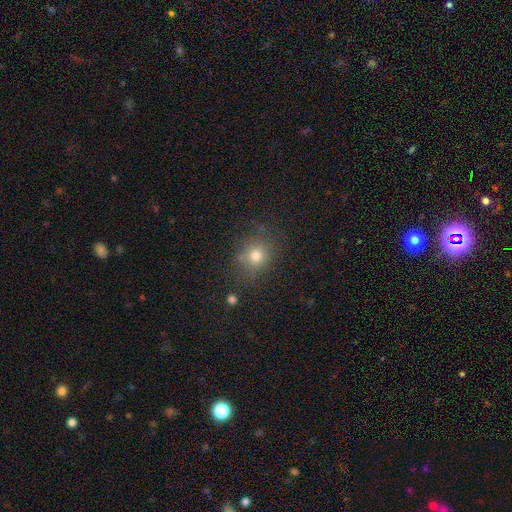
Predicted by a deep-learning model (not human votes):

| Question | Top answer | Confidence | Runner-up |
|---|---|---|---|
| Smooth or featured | smooth | 74% | star or artifact (17%) |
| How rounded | round | 81% | in between (18%) |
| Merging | none | 77% | minor disturbance (14%) |